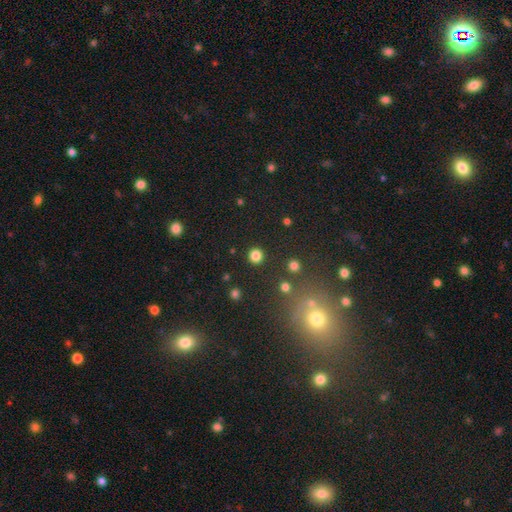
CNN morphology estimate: Overall: smooth (83%). How rounded: round (93%). Merging: none (92%).